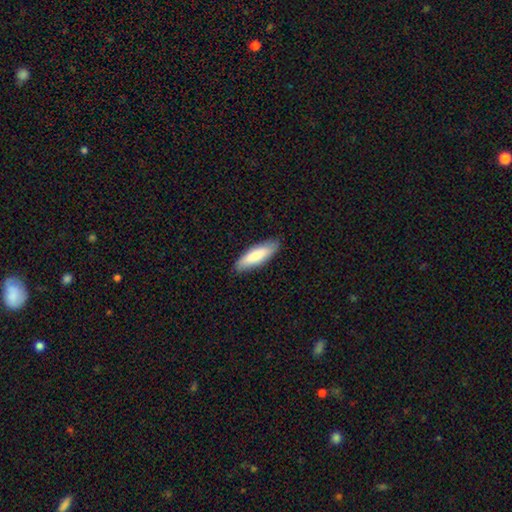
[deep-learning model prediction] Smooth or featured: smooth — 81% (featured or disk — 14%)
How rounded: cigar-shaped — 52% (in between — 46%)
Merging: none — 87% (minor disturbance — 10%)